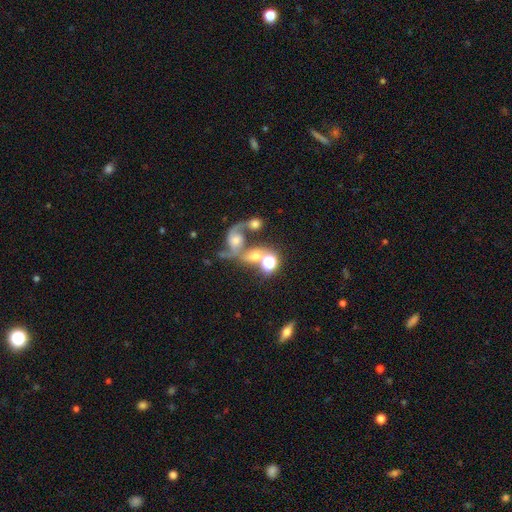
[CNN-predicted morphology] type=smooth (41%, tied with featured or disk); merging=merger (49%).